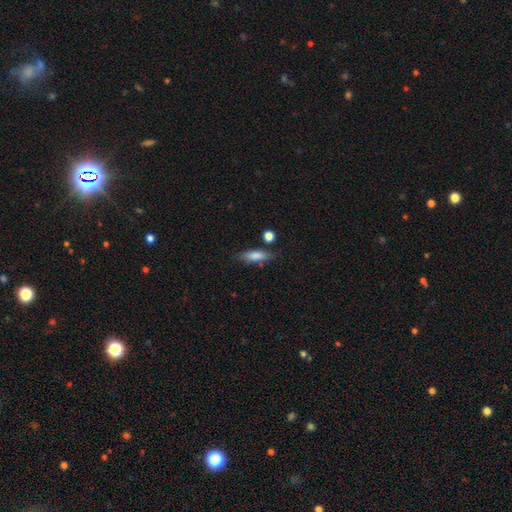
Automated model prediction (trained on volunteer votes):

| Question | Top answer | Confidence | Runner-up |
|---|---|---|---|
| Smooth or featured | smooth | 79% | featured or disk (14%) |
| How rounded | in between | 54% | cigar-shaped (43%) |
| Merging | none | 72% | minor disturbance (18%) |